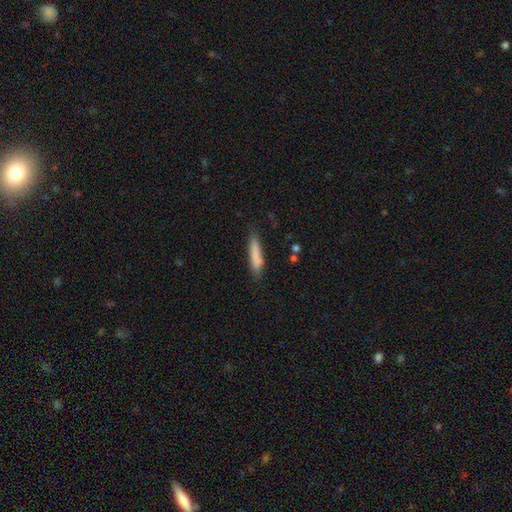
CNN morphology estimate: Smooth or featured: smooth — 79% (featured or disk — 14%)
How rounded: cigar-shaped — 85% (in between — 14%)
Merging: none — 75% (minor disturbance — 18%)